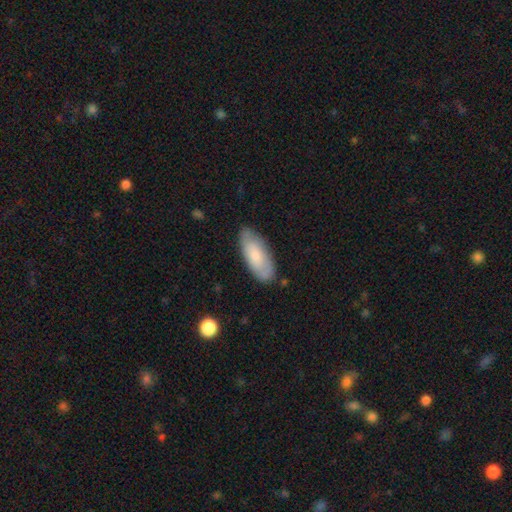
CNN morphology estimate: smooth_or_featured: smooth (p=0.70) [alt: featured or disk p=0.25]
how_rounded: in between (p=0.82) [alt: cigar-shaped p=0.16]
merging: none (p=0.80) [alt: minor disturbance p=0.16]